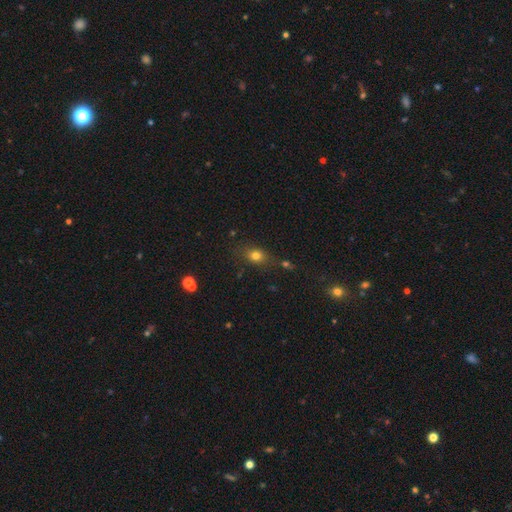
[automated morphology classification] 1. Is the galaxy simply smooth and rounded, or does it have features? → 75% smooth, 15% star or artifact, 10% featured or disk.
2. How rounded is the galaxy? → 51% in between, 46% round, 3% cigar-shaped.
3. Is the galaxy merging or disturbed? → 72% none, 15% minor disturbance, 8% merger, 6% major disturbance.